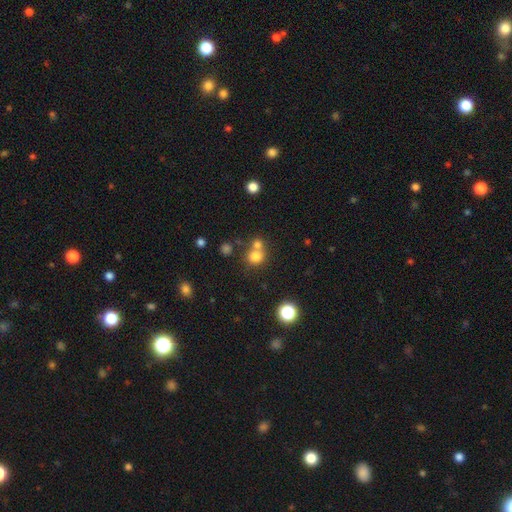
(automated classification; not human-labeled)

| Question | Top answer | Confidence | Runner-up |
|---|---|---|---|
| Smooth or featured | smooth | 76% | star or artifact (15%) |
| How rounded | round | 84% | in between (15%) |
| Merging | none | 49% | merger (41%) |